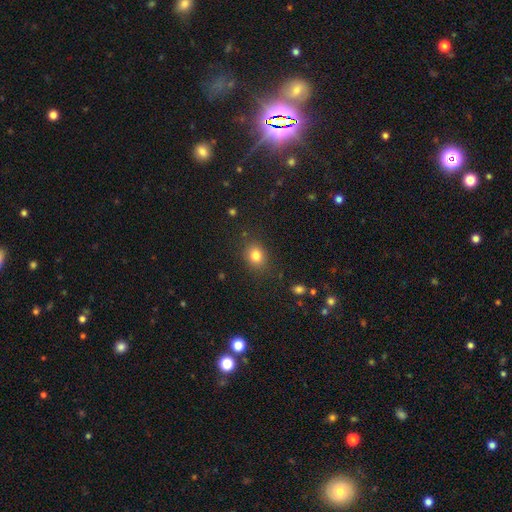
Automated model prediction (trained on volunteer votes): This appears to be a smooth galaxy with no disk features (81%) that is round (57%). Merging: none (84%).